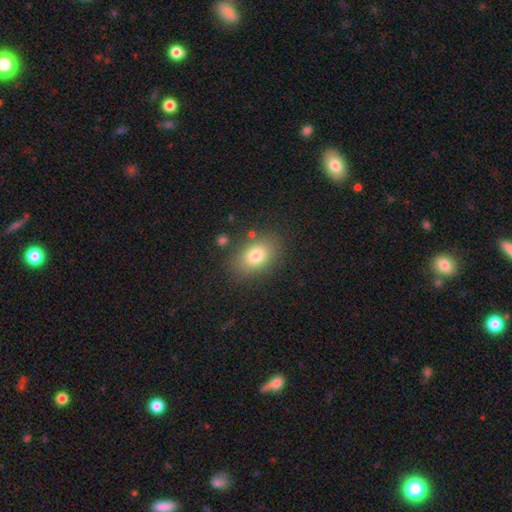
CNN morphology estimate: Smooth or featured: smooth — 80% (featured or disk — 11%)
How rounded: in between — 79% (round — 19%)
Merging: none — 81% (minor disturbance — 12%)